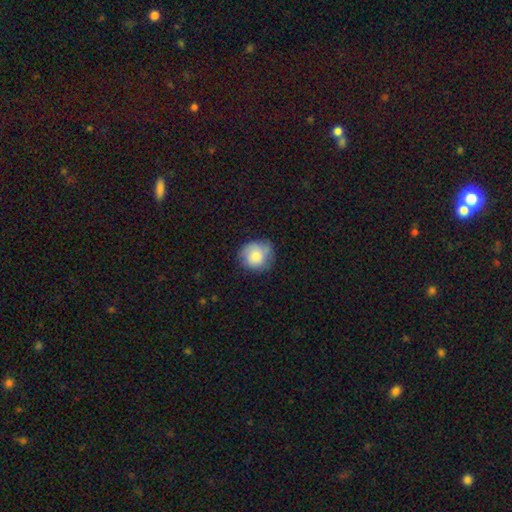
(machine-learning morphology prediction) Smooth or featured? Predicted: smooth (p=0.76). How rounded? Predicted: round (p=0.83). Merging? Predicted: none (p=0.65).